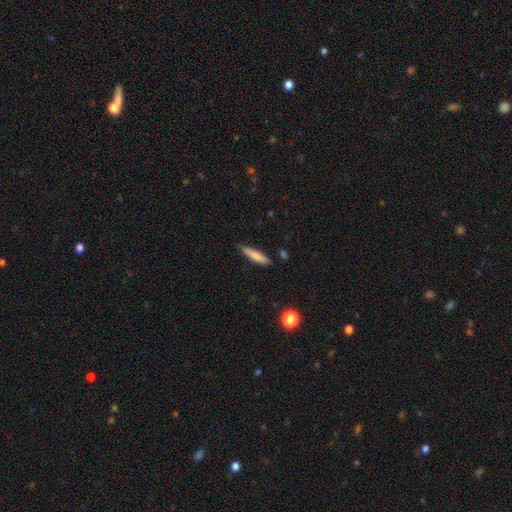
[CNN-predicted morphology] Q: Smooth or featured?
A: smooth (78%); runner-up: featured or disk (16%)
Q: How rounded?
A: cigar-shaped (82%); runner-up: in between (16%)
Q: Merging?
A: none (80%); runner-up: minor disturbance (15%)